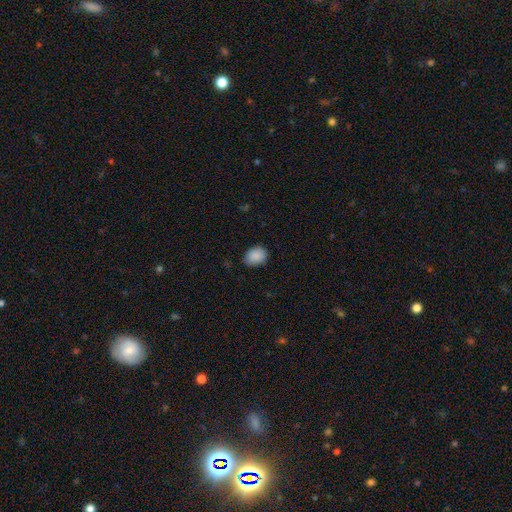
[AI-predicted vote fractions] A smooth galaxy with no disk features (89%) that is in between round and cigar-shaped (61%).

Vote fractions:
- Smooth or featured? smooth: 89% / star or artifact: 7% / featured or disk: 4%
- How rounded? in between: 61% / round: 38% / cigar-shaped: 1%
- Merging? none: 78% / minor disturbance: 18% / major disturbance: 3% / merger: 1%